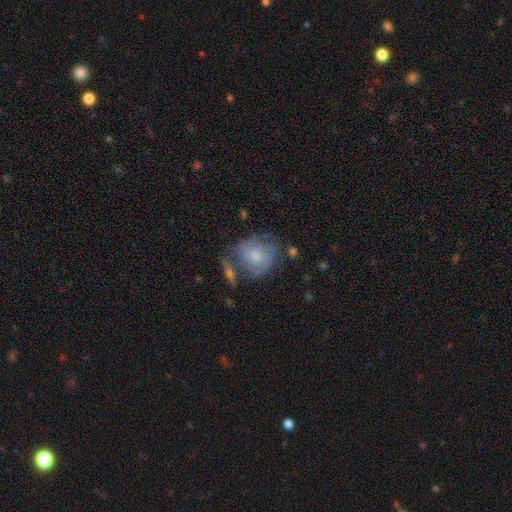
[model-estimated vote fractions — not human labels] Smooth or featured: featured or disk — 53% (smooth — 39%)
Edge-on disk: no — 97% (yes — 3%)
Bar: no — 74% (weak — 22%)
Spiral arms: yes — 72% (no — 28%)
Bulge size: small — 44% (moderate — 38%)
Merging: none — 50% (minor disturbance — 23%)